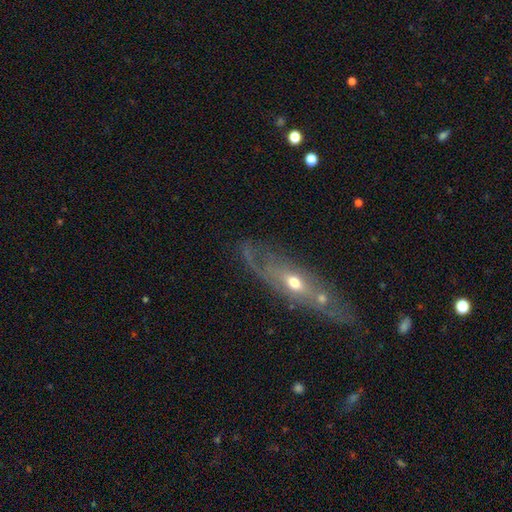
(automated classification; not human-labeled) featured or disk 68%, smooth 21%, star or artifact 11%. Down the decision tree: edge-on disk — no (57%); merging — none (65%).